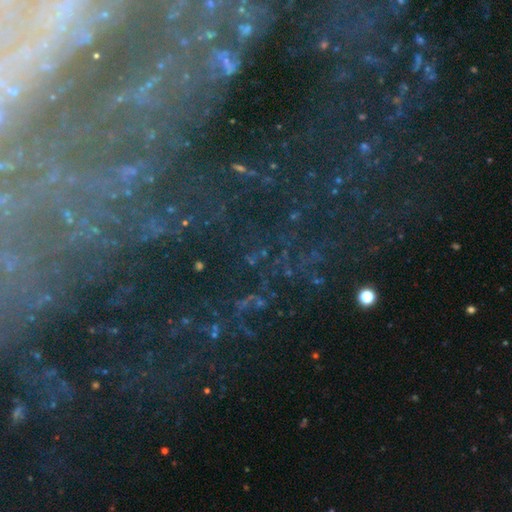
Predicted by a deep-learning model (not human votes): Smooth or featured? Predicted: star or artifact (p=0.65).